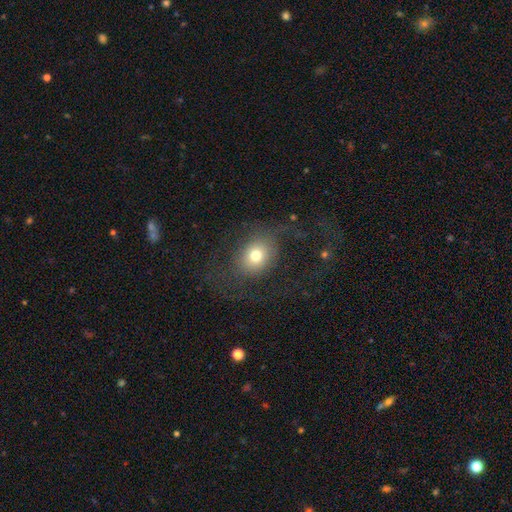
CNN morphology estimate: Smooth or featured?
  - smooth: 69% *
  - featured or disk: 18%
  - star or artifact: 12%
How rounded?
  - round: 53% *
  - in between: 46%
  - cigar-shaped: 1%
Merging?
  - none: 62% *
  - major disturbance: 22%
  - minor disturbance: 15%
  - merger: 2%